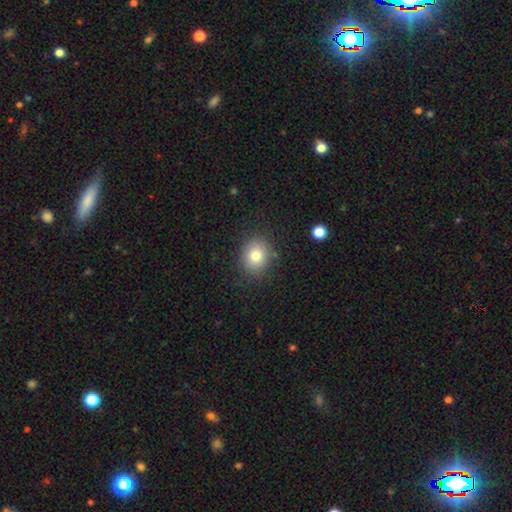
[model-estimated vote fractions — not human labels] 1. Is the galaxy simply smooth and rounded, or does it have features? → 79% smooth, 11% star or artifact, 10% featured or disk.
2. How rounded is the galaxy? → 68% round, 31% in between, 1% cigar-shaped.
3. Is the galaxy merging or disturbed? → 84% none, 11% minor disturbance, 4% major disturbance, 2% merger.